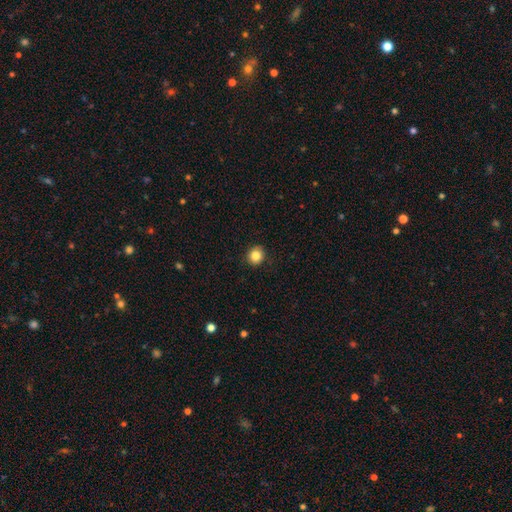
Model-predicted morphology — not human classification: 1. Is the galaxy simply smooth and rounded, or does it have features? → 84% smooth, 10% star or artifact, 5% featured or disk.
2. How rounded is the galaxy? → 87% round, 12% in between, 1% cigar-shaped.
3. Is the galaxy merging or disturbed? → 90% none, 7% minor disturbance, 2% major disturbance, 1% merger.